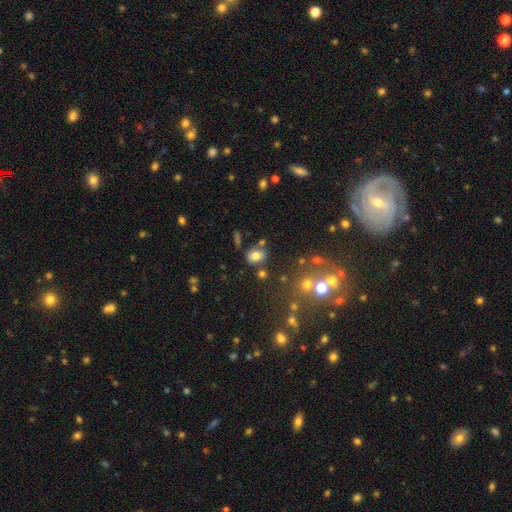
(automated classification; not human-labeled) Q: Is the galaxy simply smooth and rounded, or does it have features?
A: smooth — 76%.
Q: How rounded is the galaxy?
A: in between — 59%.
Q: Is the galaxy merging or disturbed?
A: none — 73%.